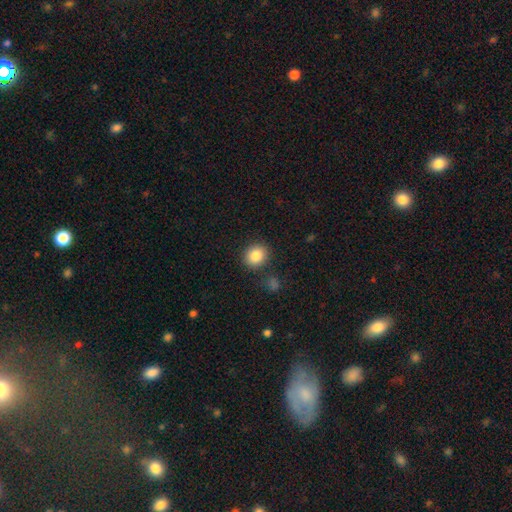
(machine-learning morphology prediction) Q: Smooth or featured?
A: smooth (86%); runner-up: star or artifact (9%)
Q: How rounded?
A: round (73%); runner-up: in between (26%)
Q: Merging?
A: none (86%); runner-up: minor disturbance (8%)